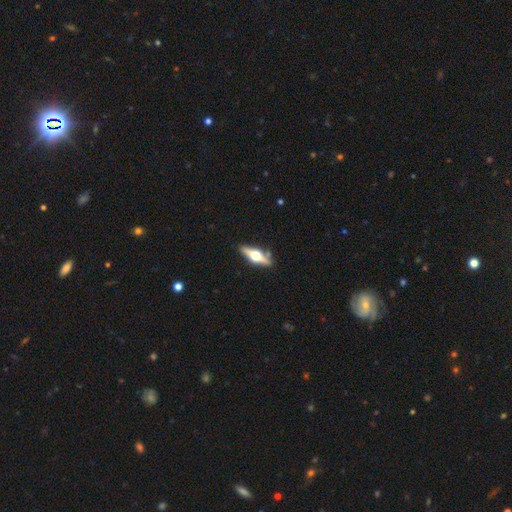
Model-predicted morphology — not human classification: The model was most divided on "smooth or featured": featured or disk: 71%, smooth: 23%, star or artifact: 6%. More confident: edge-on bulge — rounded (96%); edge-on disk — yes (96%); merging — none (85%).